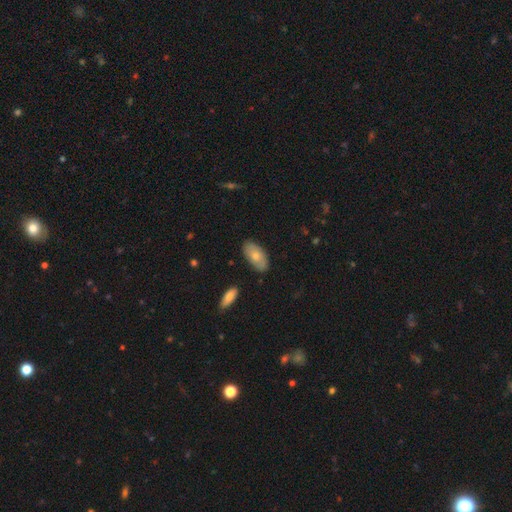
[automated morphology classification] type=smooth (70%); roundness=in between (94%); merging=none (82%).